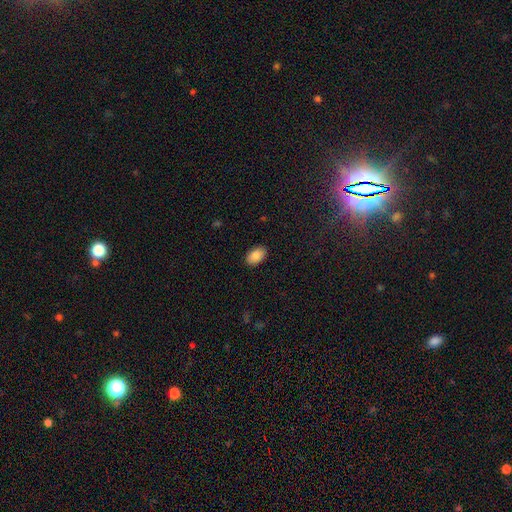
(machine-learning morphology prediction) Smooth or featured: smooth — 87% (star or artifact — 7%)
How rounded: in between — 92% (round — 7%)
Merging: none — 89% (minor disturbance — 8%)